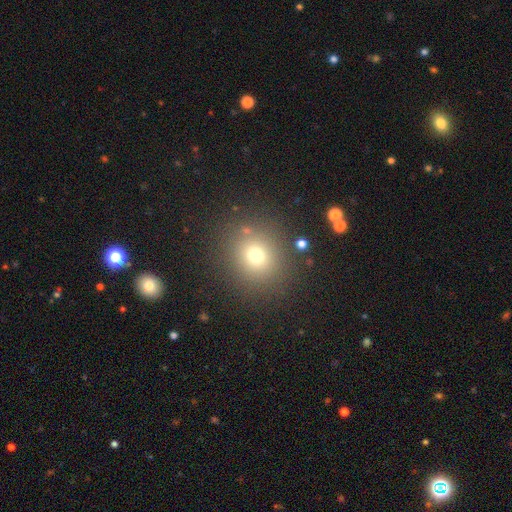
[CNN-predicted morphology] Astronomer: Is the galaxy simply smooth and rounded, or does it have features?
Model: smooth — 72%.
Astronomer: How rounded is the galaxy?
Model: round — 85%.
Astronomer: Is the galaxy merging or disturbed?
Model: none — 84%.